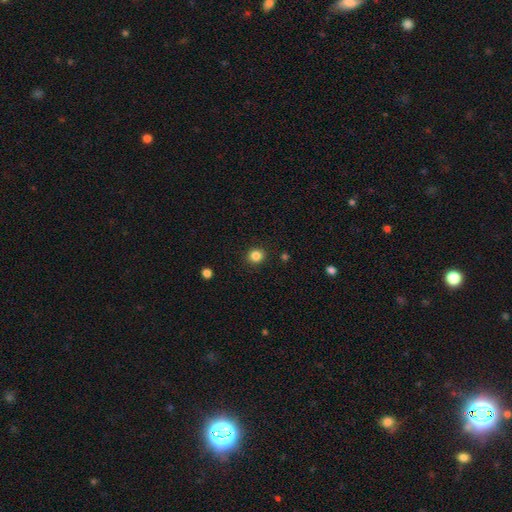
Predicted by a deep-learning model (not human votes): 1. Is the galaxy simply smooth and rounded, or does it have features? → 84% smooth, 11% star or artifact, 4% featured or disk.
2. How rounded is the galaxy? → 87% round, 12% in between, 1% cigar-shaped.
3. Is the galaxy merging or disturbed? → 91% none, 6% minor disturbance, 2% major disturbance, 1% merger.